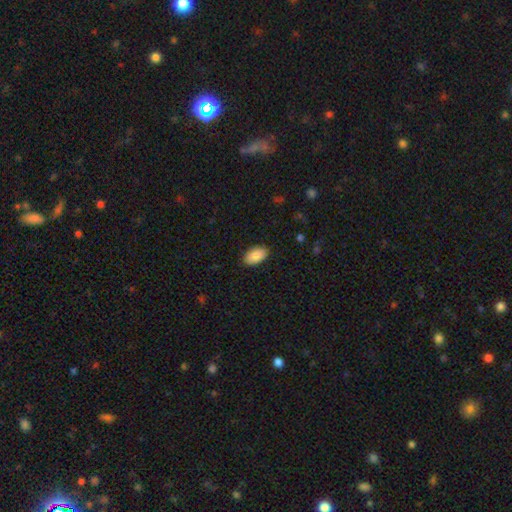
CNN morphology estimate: Smooth or featured? Predicted: smooth (p=0.88). How rounded? Predicted: in between (p=0.95). Merging? Predicted: none (p=0.87).